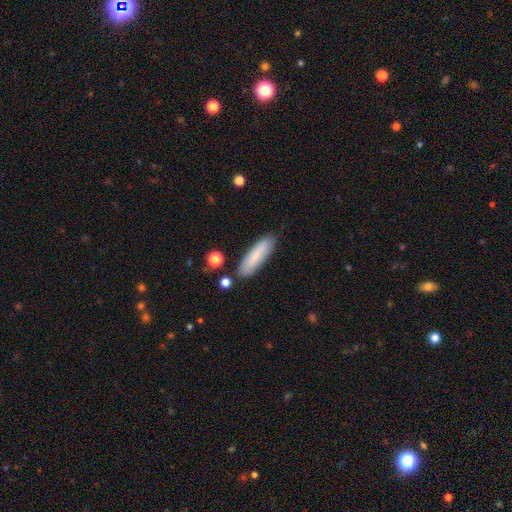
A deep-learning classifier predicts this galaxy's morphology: smooth_or_featured: smooth (p=0.78) [alt: featured or disk p=0.16]
how_rounded: cigar-shaped (p=0.63) [alt: in between p=0.35]
merging: none (p=0.83) [alt: minor disturbance p=0.11]